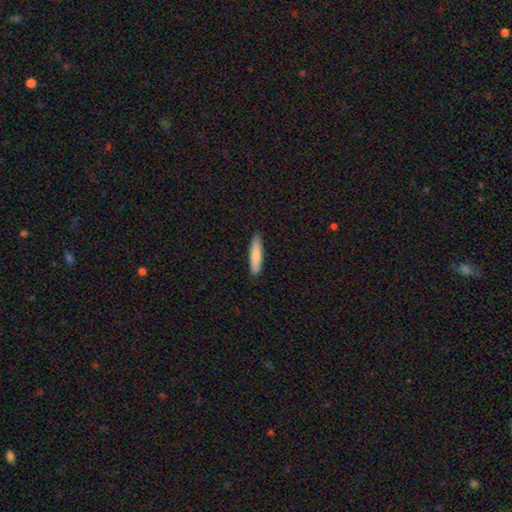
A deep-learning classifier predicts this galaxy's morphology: A smooth galaxy with no disk features (80%) that is cigar-shaped (82%). Merging: none (88%).